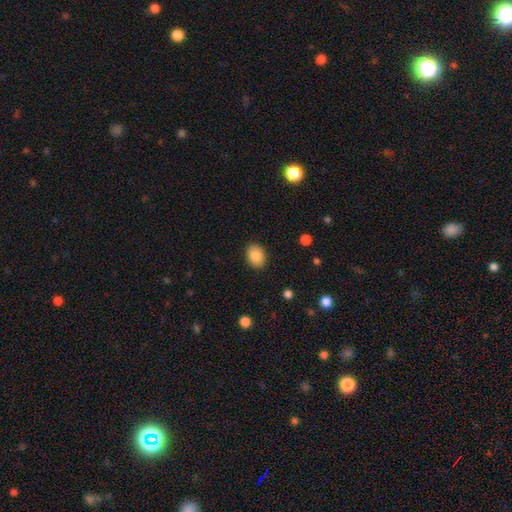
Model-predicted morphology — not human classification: smooth 87%, star or artifact 8%, featured or disk 5%. Down the decision tree: how rounded — in between (67%); merging — none (88%).